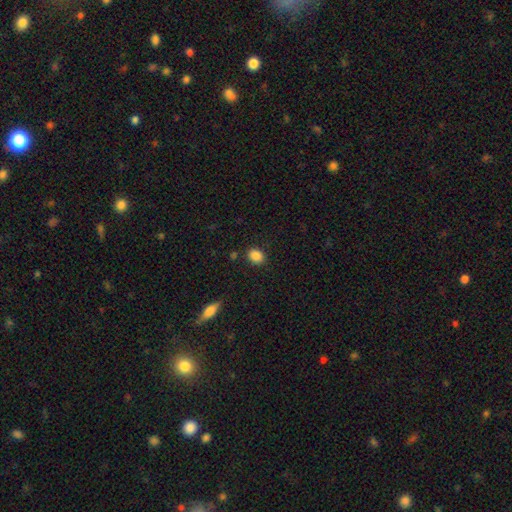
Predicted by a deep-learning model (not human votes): Overall: smooth (87%). How rounded: in between (62%; round 37%). Merging: none (86%).